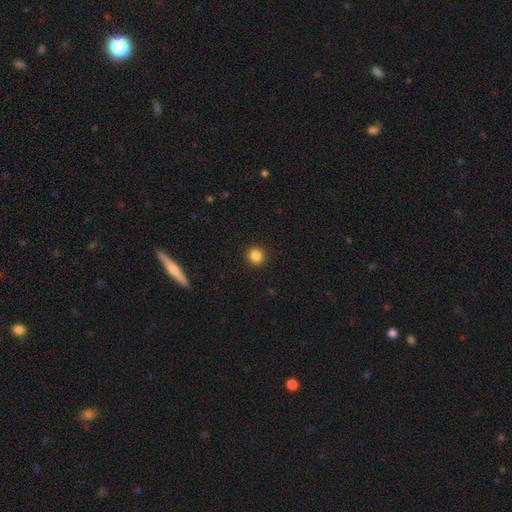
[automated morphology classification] Q: Smooth or featured?
A: smooth (85%); runner-up: star or artifact (11%)
Q: How rounded?
A: round (87%); runner-up: in between (12%)
Q: Merging?
A: none (92%); runner-up: minor disturbance (5%)